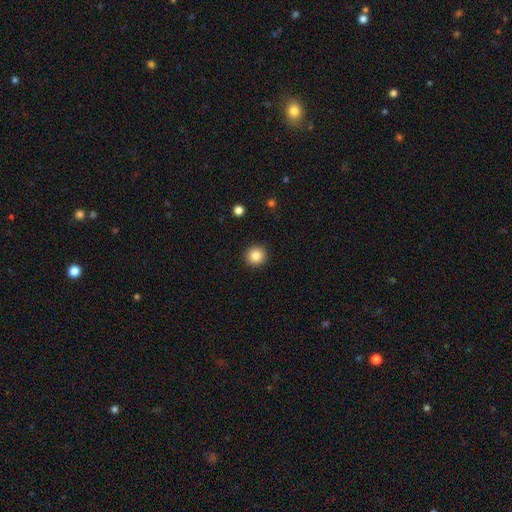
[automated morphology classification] A smooth galaxy with no disk features (85%) that is round (94%).

Vote fractions:
- Smooth or featured? smooth: 85% / star or artifact: 10% / featured or disk: 6%
- How rounded? round: 94% / in between: 5% / cigar-shaped: 1%
- Merging? none: 92% / minor disturbance: 5% / major disturbance: 2% / merger: 1%